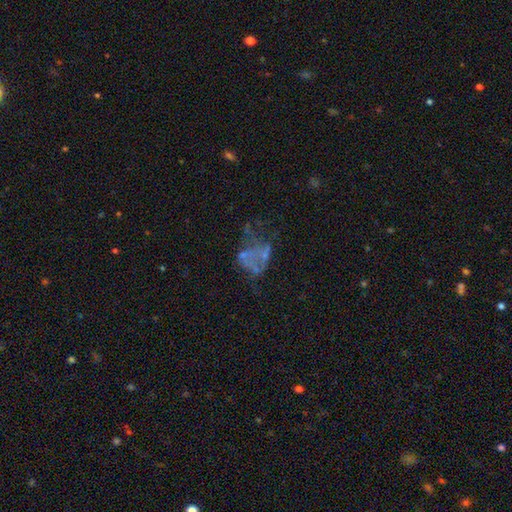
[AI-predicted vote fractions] Morphology: type=featured or disk (53%); edge-on=no (98%); bar=no (93%); spiral arms=no (93%); bulge=none (80%); merging=none (35%, tied with major disturbance).